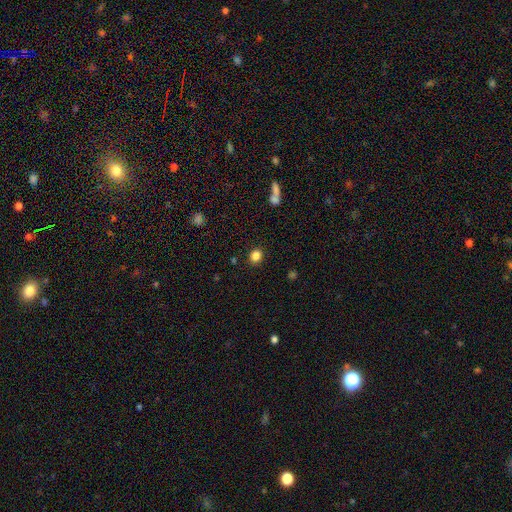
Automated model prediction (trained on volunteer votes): smooth 84%, star or artifact 11%, featured or disk 4%. Down the decision tree: how rounded — round (74%); merging — none (89%).